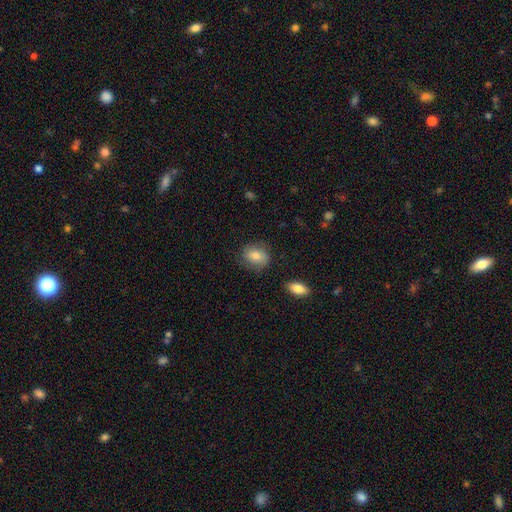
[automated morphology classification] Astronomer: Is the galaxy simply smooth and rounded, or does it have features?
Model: smooth — 76%.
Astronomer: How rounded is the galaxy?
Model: round — 56% (runner-up: in between, 42%).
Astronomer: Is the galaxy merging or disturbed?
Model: none — 78%.